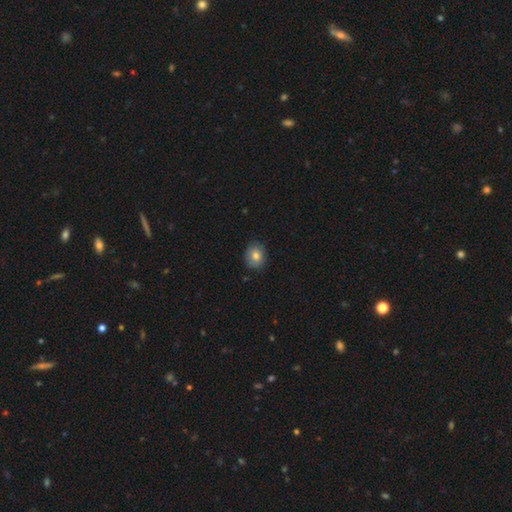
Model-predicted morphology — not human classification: smooth-or-featured: smooth: 78% | featured or disk: 13% | star or artifact: 9%
  how-rounded: round: 64% | in between: 35% | cigar-shaped: 1%
  merging: none: 82% | minor disturbance: 14% | major disturbance: 2% | merger: 1%